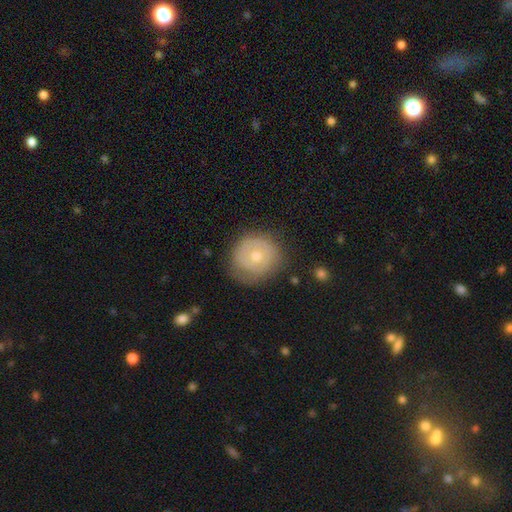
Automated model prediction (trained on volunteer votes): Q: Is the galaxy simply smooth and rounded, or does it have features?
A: smooth — 49%.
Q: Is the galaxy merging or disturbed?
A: none — 72%.